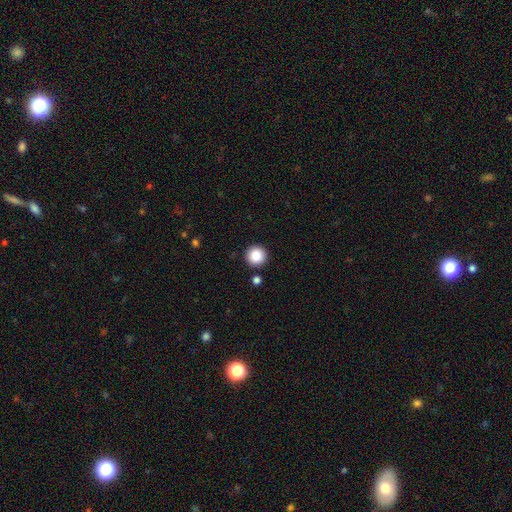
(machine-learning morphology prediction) Smooth or featured? smooth (86%)
How rounded? round (96%)
Merging? none (91%)